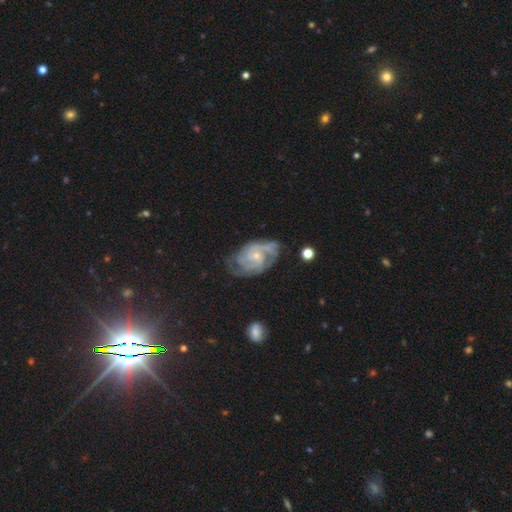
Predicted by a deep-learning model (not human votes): featured or disk 87%, smooth 8%, star or artifact 6%. Down the decision tree: edge-on disk — no (97%); bar — no (60%); spiral arms — yes (96%); spiral arm count — 2 (39%); spiral winding — tight (52%); bulge size — small (70%); merging — none (61%).